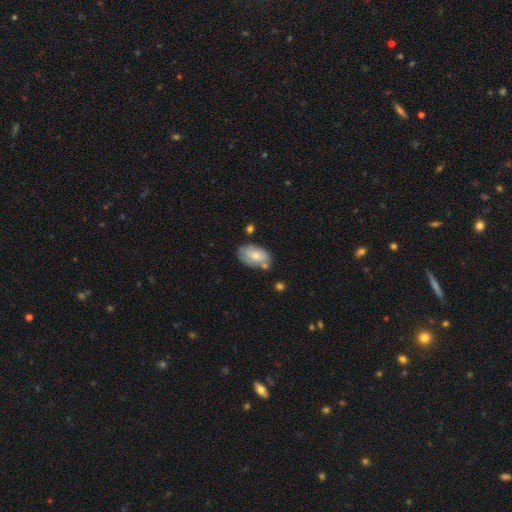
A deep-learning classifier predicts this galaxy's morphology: type=smooth (68%); roundness=in between (92%); merging=none (58%).